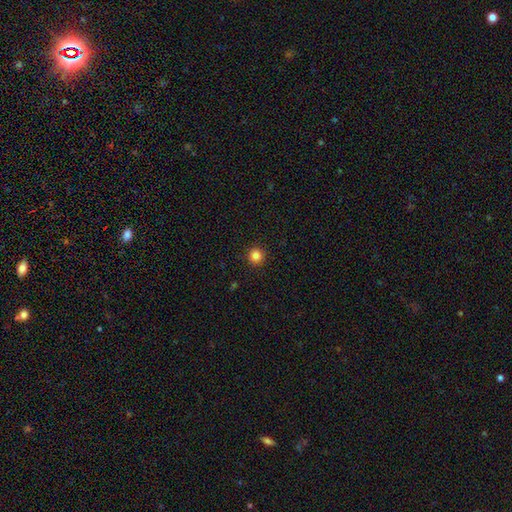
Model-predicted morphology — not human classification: This appears to be a smooth galaxy with no disk features (84%) that is round (96%). Merging: none (93%).